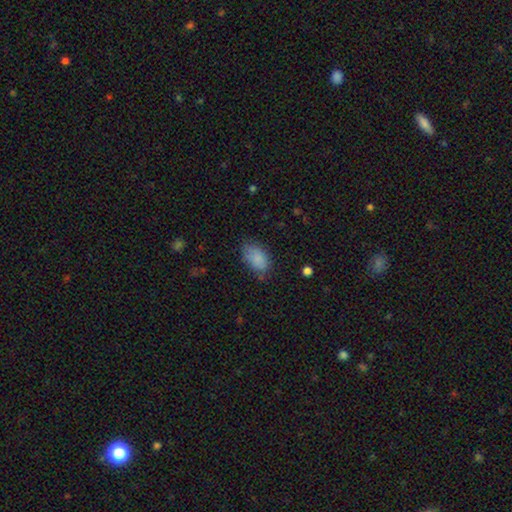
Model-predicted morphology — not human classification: Smooth or featured? Predicted: smooth (p=0.85). How rounded? Predicted: in between (p=0.91). Merging? Predicted: none (p=0.69).